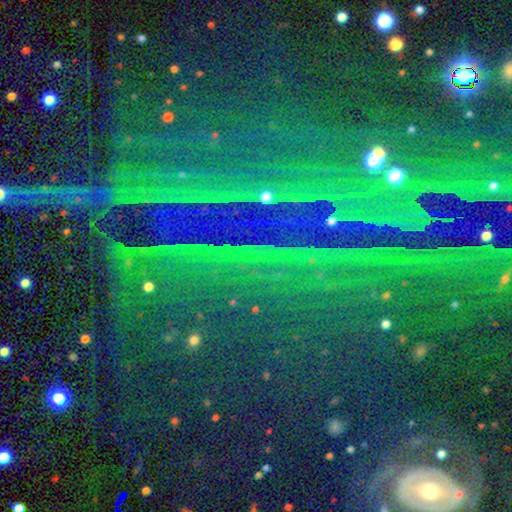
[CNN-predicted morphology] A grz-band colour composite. It shows a star or artifact, not a galaxy (88%).